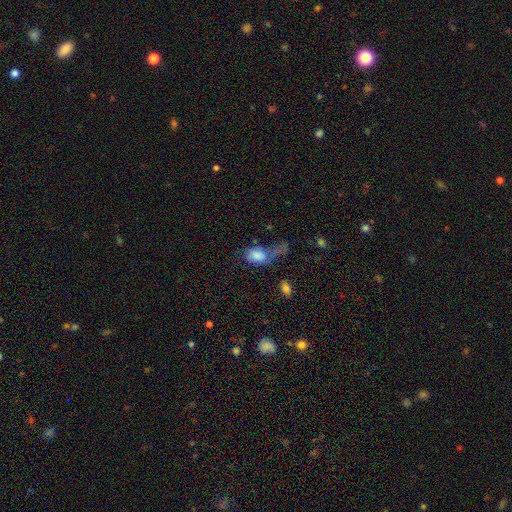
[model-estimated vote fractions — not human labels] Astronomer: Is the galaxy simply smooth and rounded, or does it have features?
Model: smooth — 71%.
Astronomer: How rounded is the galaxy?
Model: in between — 85%.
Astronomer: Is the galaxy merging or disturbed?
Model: major disturbance — 47%.